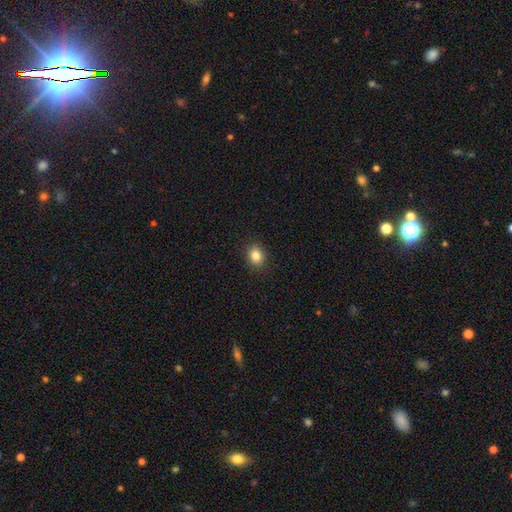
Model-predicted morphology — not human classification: A smooth galaxy with no disk features (84%) that is round (59%).

Vote fractions:
- Smooth or featured? smooth: 84% / star or artifact: 11% / featured or disk: 5%
- How rounded? round: 59% / in between: 40% / cigar-shaped: 1%
- Merging? none: 90% / minor disturbance: 7% / major disturbance: 2% / merger: 1%